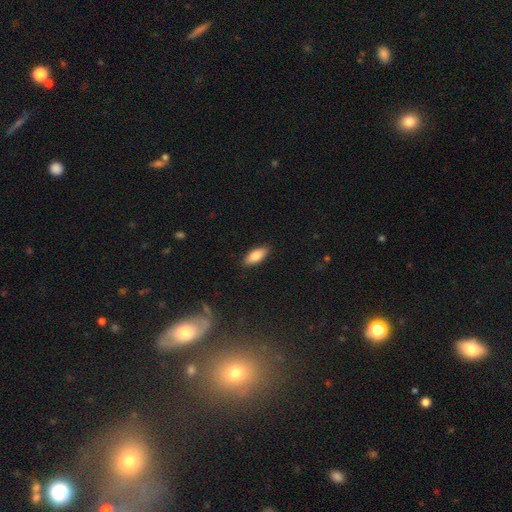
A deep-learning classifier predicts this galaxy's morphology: Smooth or featured?
  - smooth: 80% *
  - featured or disk: 13%
  - star or artifact: 6%
How rounded?
  - in between: 80% *
  - cigar-shaped: 18%
  - round: 2%
Merging?
  - none: 88% *
  - minor disturbance: 9%
  - major disturbance: 2%
  - merger: 1%